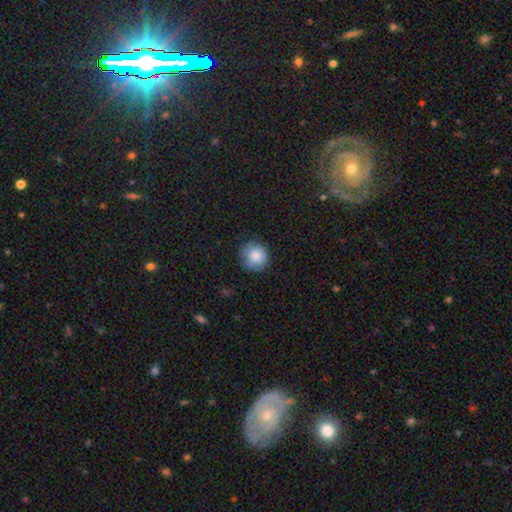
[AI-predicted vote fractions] Q: Smooth or featured?
A: smooth (80%); runner-up: featured or disk (11%)
Q: How rounded?
A: round (92%); runner-up: in between (7%)
Q: Merging?
A: none (75%); runner-up: minor disturbance (19%)